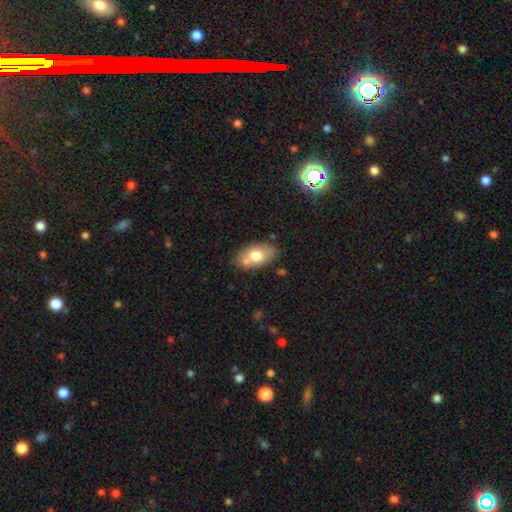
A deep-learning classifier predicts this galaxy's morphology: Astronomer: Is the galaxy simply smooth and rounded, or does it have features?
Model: smooth — 69%.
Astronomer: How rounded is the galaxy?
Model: in between — 90%.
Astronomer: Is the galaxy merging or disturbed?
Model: none — 66%.